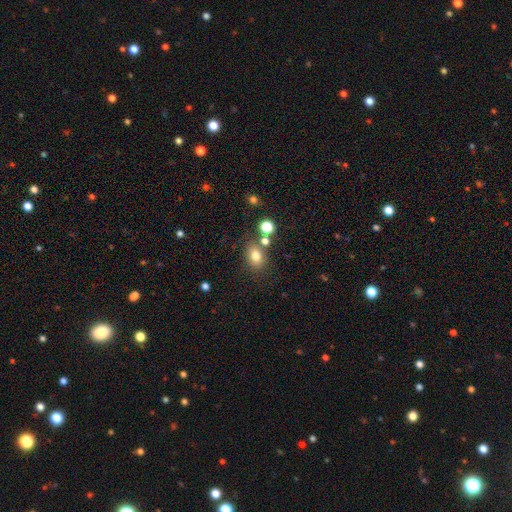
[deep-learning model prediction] Q: Smooth or featured?
A: smooth (78%); runner-up: star or artifact (13%)
Q: How rounded?
A: in between (60%); runner-up: round (39%)
Q: Merging?
A: none (71%); runner-up: minor disturbance (13%)